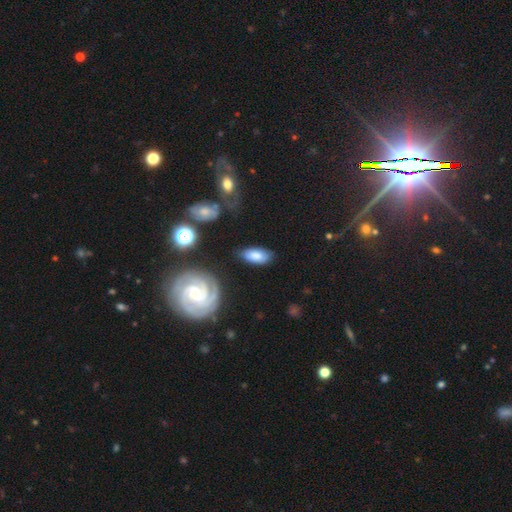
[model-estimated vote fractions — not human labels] This is likely a smooth galaxy (68%). How rounded: clearly in between (91%). Merging: likely none (76%).